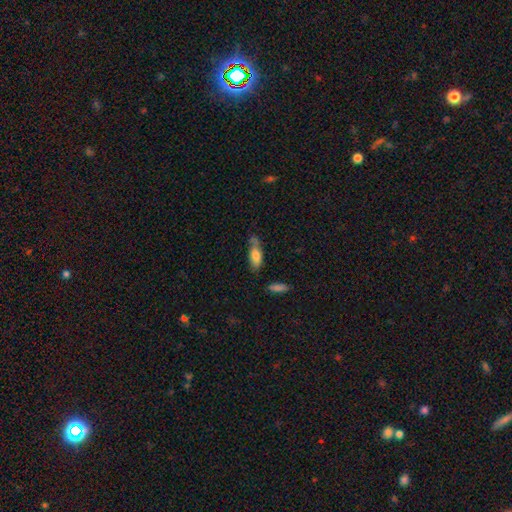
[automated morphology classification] Q: Smooth or featured?
A: smooth (74%); runner-up: featured or disk (19%)
Q: How rounded?
A: in between (65%); runner-up: cigar-shaped (33%)
Q: Merging?
A: none (48%); runner-up: minor disturbance (30%)